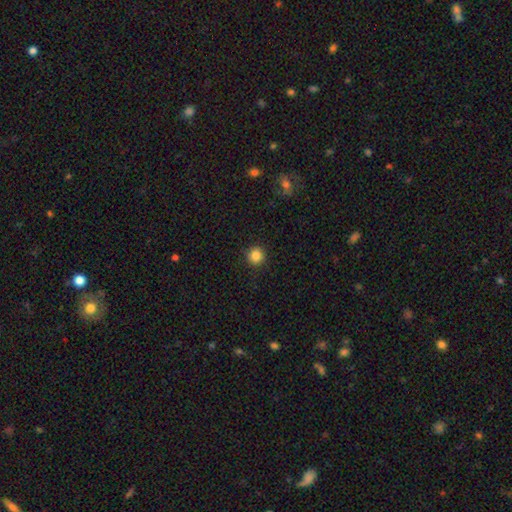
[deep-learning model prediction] smooth 85%, star or artifact 11%, featured or disk 4%. Down the decision tree: how rounded — round (94%); merging — none (92%).